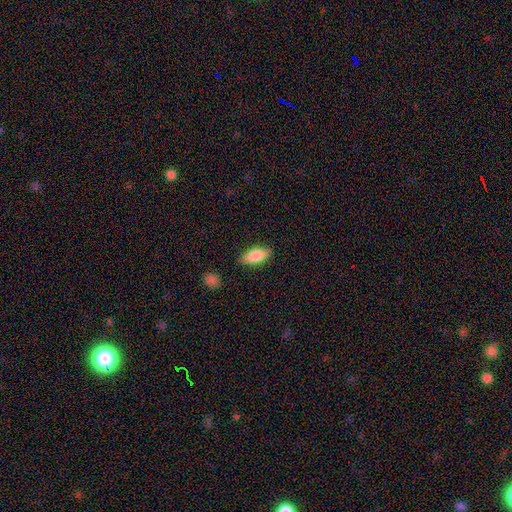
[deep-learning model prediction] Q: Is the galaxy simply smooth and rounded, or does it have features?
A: smooth — 84%.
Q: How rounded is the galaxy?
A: in between — 85%.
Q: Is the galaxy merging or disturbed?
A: none — 84%.